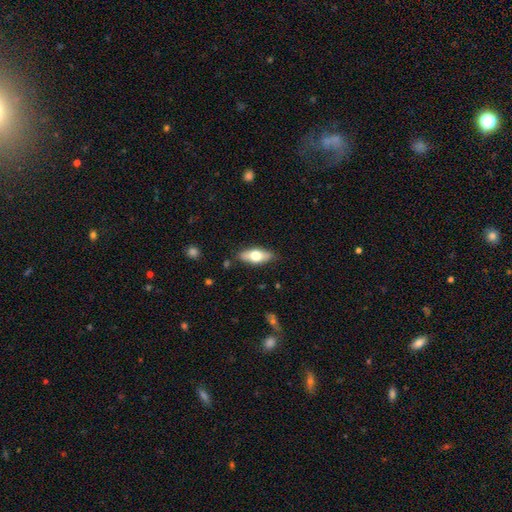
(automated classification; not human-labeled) Smooth or featured? Predicted: smooth (p=0.62). How rounded? Predicted: in between (p=0.77). Merging? Predicted: none (p=0.85).